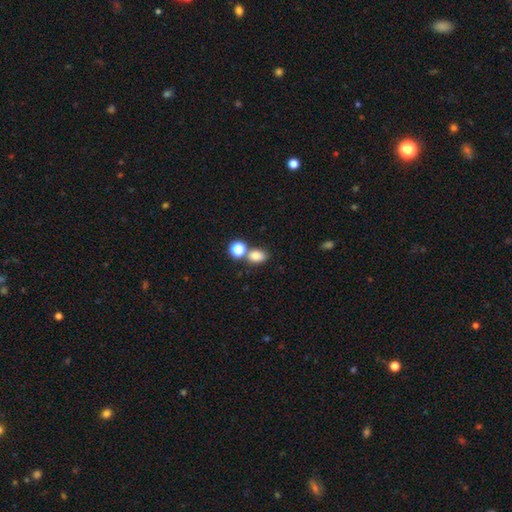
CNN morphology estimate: smooth 81%, star or artifact 13%, featured or disk 7%. Down the decision tree: how rounded — in between (67%); merging — none (60%).